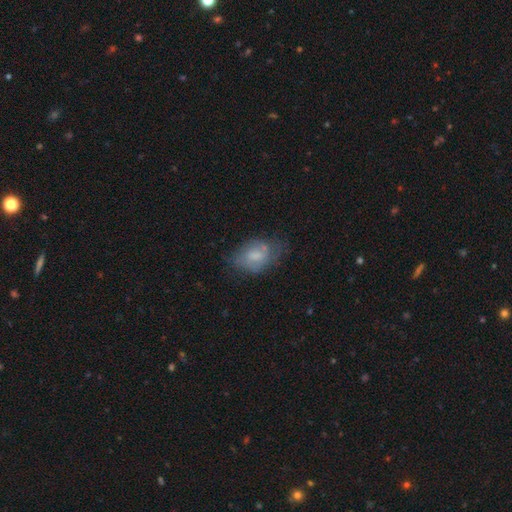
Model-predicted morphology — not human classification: Smooth or featured: smooth — 59% (featured or disk — 32%)
How rounded: in between — 84% (round — 14%)
Merging: none — 50% (minor disturbance — 32%)